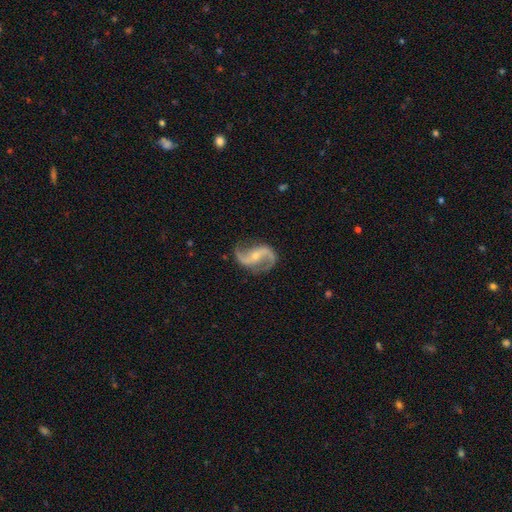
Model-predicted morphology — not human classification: Smooth or featured?
  - featured or disk: 92% *
  - star or artifact: 4%
  - smooth: 4%
Edge-on disk?
  - no: 98% *
  - yes: 2%
Bar?
  - no: 38% *
  - weak: 35%
  - strong: 27%
Spiral arms?
  - yes: 98% *
  - no: 2%
Spiral winding?
  - loose: 65% *
  - medium: 29%
  - tight: 6%
Spiral arm count?
  - 2: 94% *
  - 1: 1%
  - can't tell: 1%
  - 3: 1%
  - 4: 1%
  - more than 4: 1%
Bulge size?
  - small: 62% *
  - moderate: 33%
  - none: 3%
  - large: 1%
  - dominant: 1%
Merging?
  - none: 80% *
  - minor disturbance: 13%
  - major disturbance: 5%
  - merger: 2%